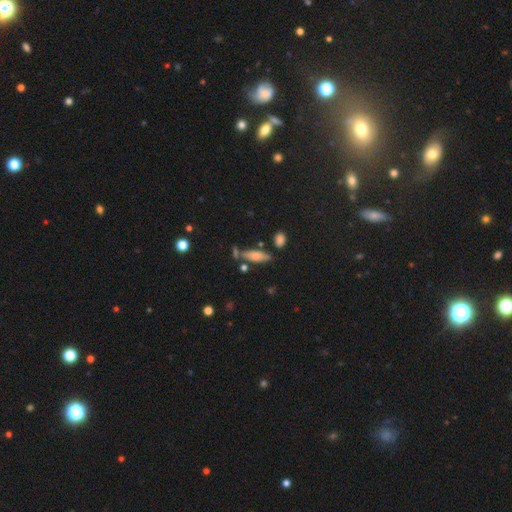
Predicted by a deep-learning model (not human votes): A smooth galaxy with no disk features (67%) that is in between round and cigar-shaped (53%). Merging: none (65%).